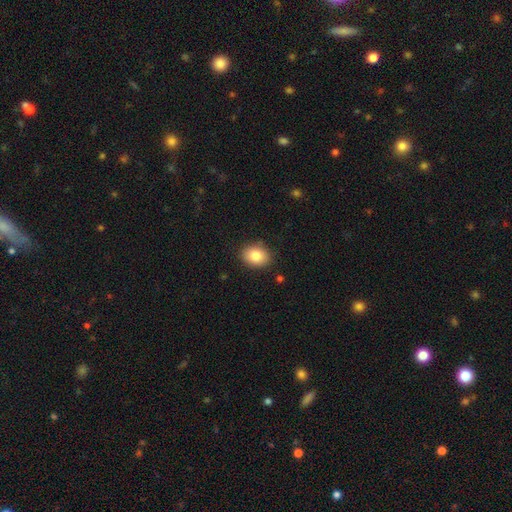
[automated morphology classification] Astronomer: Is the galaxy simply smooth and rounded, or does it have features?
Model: smooth — 85%.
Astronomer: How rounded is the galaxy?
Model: in between — 57% (runner-up: round, 42%).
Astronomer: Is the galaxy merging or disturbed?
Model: none — 86%.